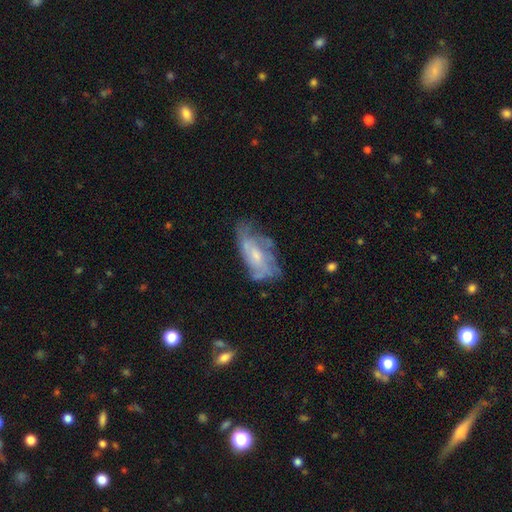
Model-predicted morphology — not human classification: Smooth or featured: featured or disk — 66% (smooth — 26%)
Edge-on disk: no — 91% (yes — 9%)
Bar: no — 65% (weak — 29%)
Spiral arms: yes — 68% (no — 32%)
Bulge size: small — 51% (moderate — 38%)
Merging: none — 49% (minor disturbance — 28%)